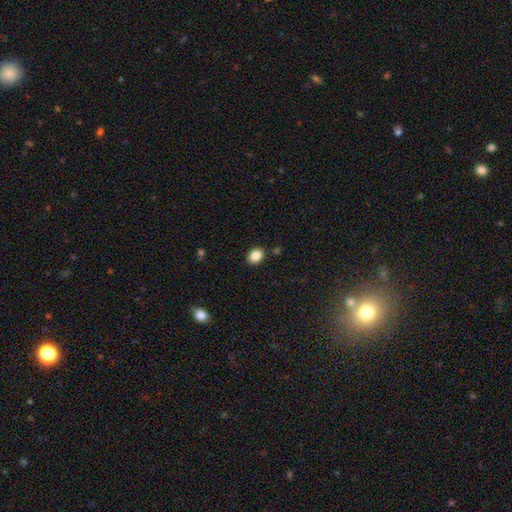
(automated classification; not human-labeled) Overall: smooth (87%). How rounded: in between (67%; round 32%). Merging: none (87%).